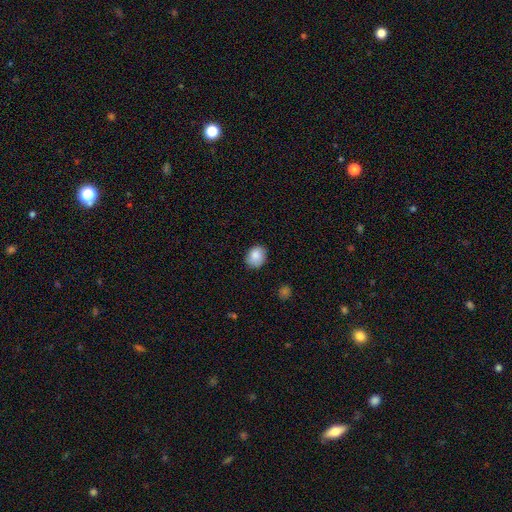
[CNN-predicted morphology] A smooth galaxy with no disk features (86%) that is round (51%). Merging: none (82%).